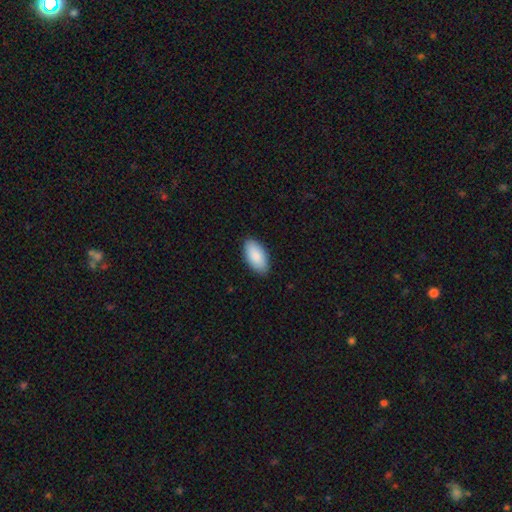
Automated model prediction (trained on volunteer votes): Morphology: type=smooth (89%); roundness=in between (95%); merging=none (88%).